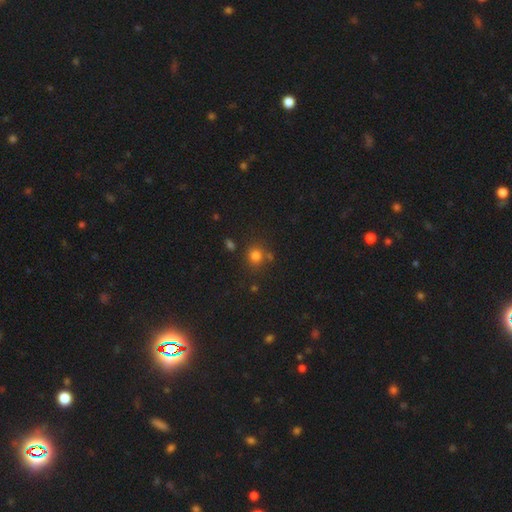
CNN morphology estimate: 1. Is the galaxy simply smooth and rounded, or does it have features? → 77% smooth, 16% star or artifact, 6% featured or disk.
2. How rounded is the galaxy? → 84% round, 15% in between, 1% cigar-shaped.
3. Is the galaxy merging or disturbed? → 72% none, 12% minor disturbance, 12% merger, 4% major disturbance.